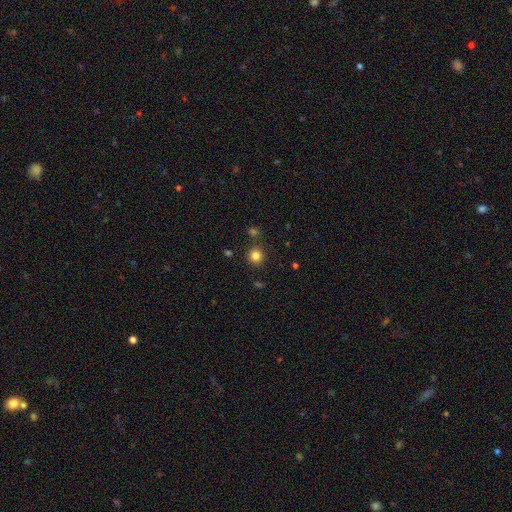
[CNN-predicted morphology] A smooth galaxy with no disk features (82%) that is round (94%).

Vote fractions:
- Smooth or featured? smooth: 82% / star or artifact: 13% / featured or disk: 5%
- How rounded? round: 94% / in between: 6% / cigar-shaped: 1%
- Merging? none: 85% / minor disturbance: 7% / merger: 5% / major disturbance: 2%